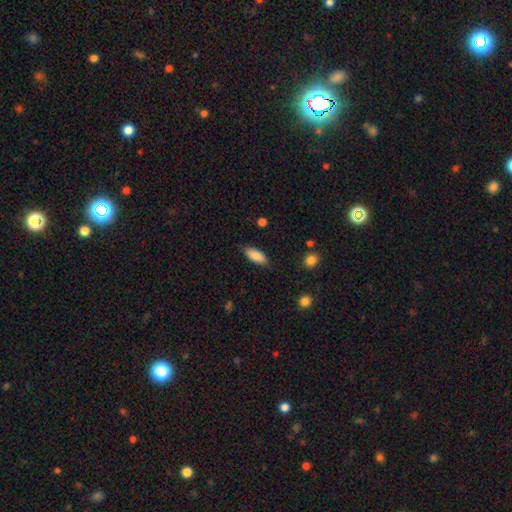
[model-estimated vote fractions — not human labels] smooth-or-featured: smooth: 87% | featured or disk: 7% | star or artifact: 6%
  how-rounded: in between: 81% | cigar-shaped: 17% | round: 2%
  merging: none: 81% | minor disturbance: 14% | major disturbance: 3% | merger: 1%